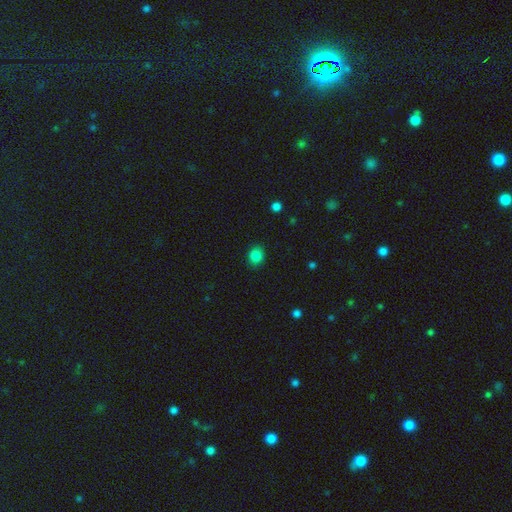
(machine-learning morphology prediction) smooth_or_featured: smooth (p=0.85) [alt: star or artifact p=0.11]
how_rounded: round (p=0.68) [alt: in between p=0.31]
merging: none (p=0.88) [alt: minor disturbance p=0.09]